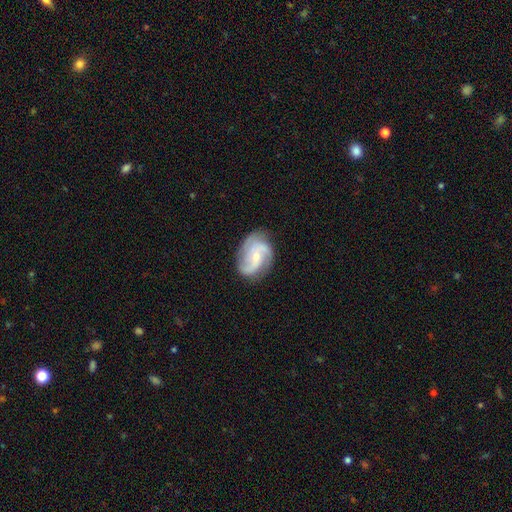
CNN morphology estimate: A featured or disk galaxy (86%) with no bar (58%), 3 (54%) medium (49%) spiral arms (97%) and a small central bulge (63%).

Vote fractions:
- Smooth or featured? featured or disk: 86% / smooth: 9% / star or artifact: 5%
- Edge-on disk? no: 98% / yes: 2%
- Bar? no: 58% / weak: 34% / strong: 9%
- Spiral arms? yes: 97% / no: 3%
- Spiral winding? medium: 49% / tight: 33% / loose: 17%
- Spiral arm count? 3: 54% / 2: 22% / can't tell: 9% / 4: 8% / 1: 4% / more than 4: 4%
- Bulge size? small: 63% / moderate: 33% / none: 2% / large: 1% / dominant: 1%
- Merging? none: 75% / minor disturbance: 18% / major disturbance: 6% / merger: 1%